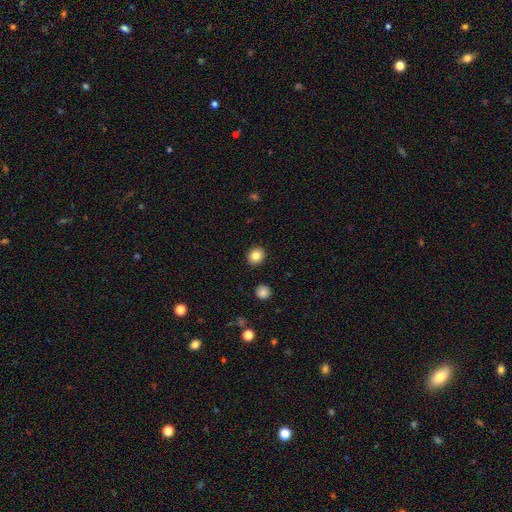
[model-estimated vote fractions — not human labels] This is clearly a smooth galaxy (83%). How rounded: clearly round (84%). Merging: clearly none (92%).